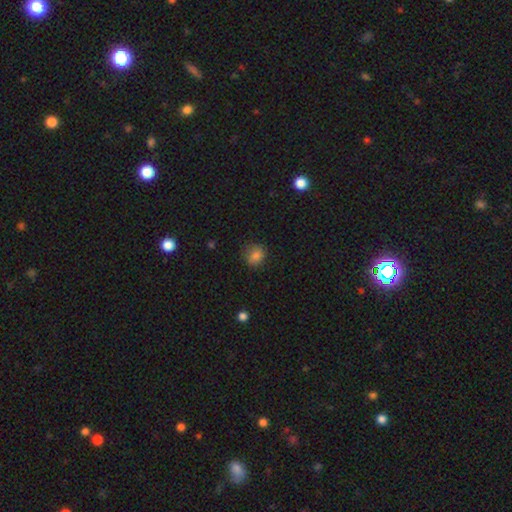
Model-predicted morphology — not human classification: Smooth or featured? smooth (82%)
How rounded? round (70%)
Merging? none (75%)